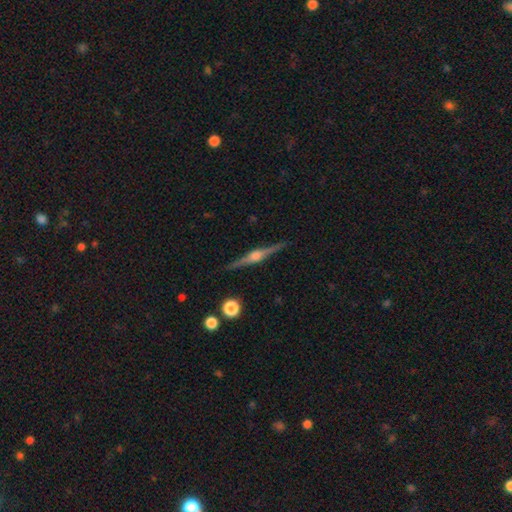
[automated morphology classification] Overall: featured or disk (85%). Edge-on disk: yes (98%). Edge-on bulge: rounded (89%). Merging: none (91%).